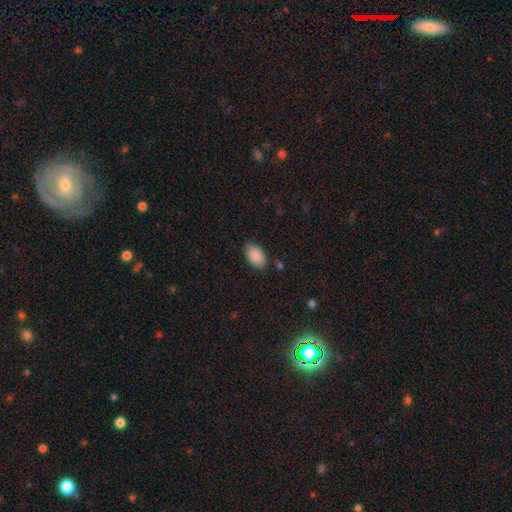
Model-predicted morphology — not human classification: type=smooth (89%); roundness=in between (93%); merging=none (80%).